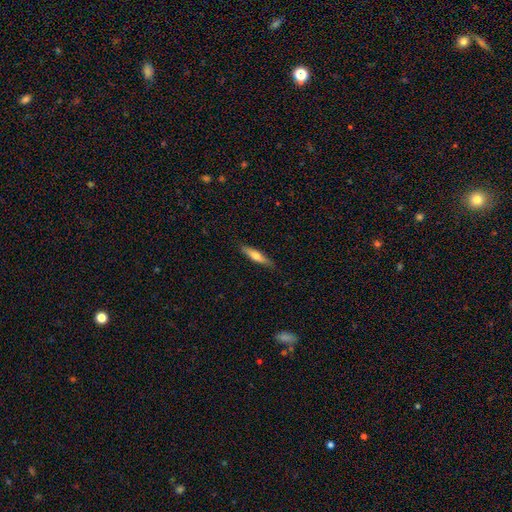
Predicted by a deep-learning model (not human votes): Q: Smooth or featured?
A: smooth (58%); runner-up: featured or disk (36%)
Q: How rounded?
A: cigar-shaped (80%); runner-up: in between (19%)
Q: Merging?
A: none (87%); runner-up: minor disturbance (10%)